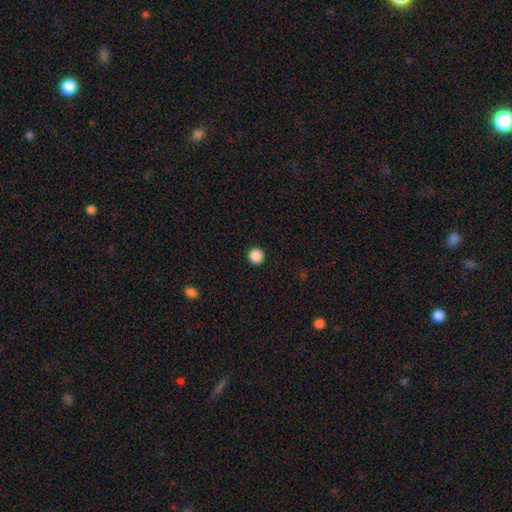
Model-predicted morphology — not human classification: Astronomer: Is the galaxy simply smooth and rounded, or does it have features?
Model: smooth — 88%.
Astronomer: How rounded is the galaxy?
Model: round — 96%.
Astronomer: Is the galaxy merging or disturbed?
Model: none — 94%.